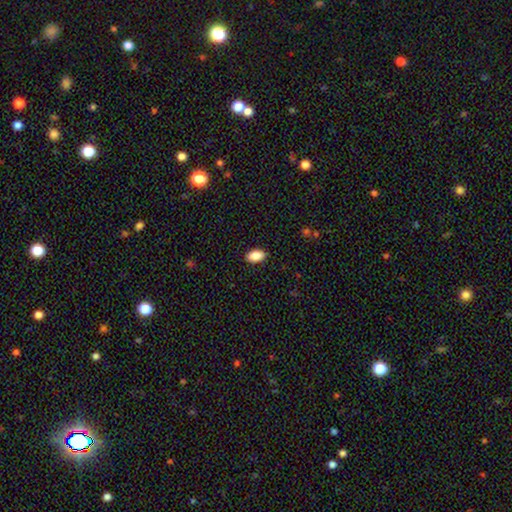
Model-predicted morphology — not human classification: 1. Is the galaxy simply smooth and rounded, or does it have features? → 86% smooth, 8% star or artifact, 6% featured or disk.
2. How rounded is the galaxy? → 92% in between, 4% round, 3% cigar-shaped.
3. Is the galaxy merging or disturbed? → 89% none, 8% minor disturbance, 2% major disturbance, 1% merger.